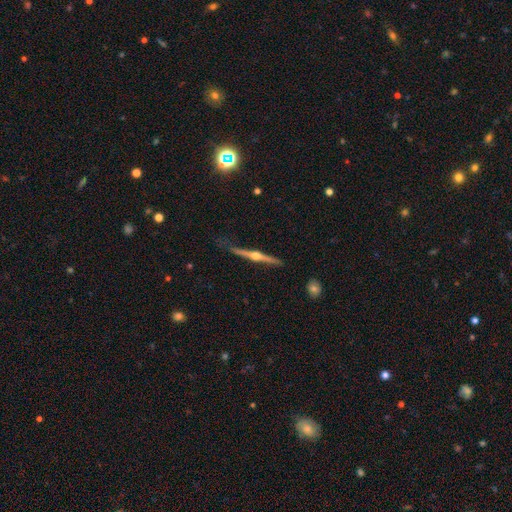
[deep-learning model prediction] featured or disk 84%, smooth 10%, star or artifact 5%. Down the decision tree: edge-on disk — yes (98%); edge-on bulge — rounded (95%); merging — none (80%).